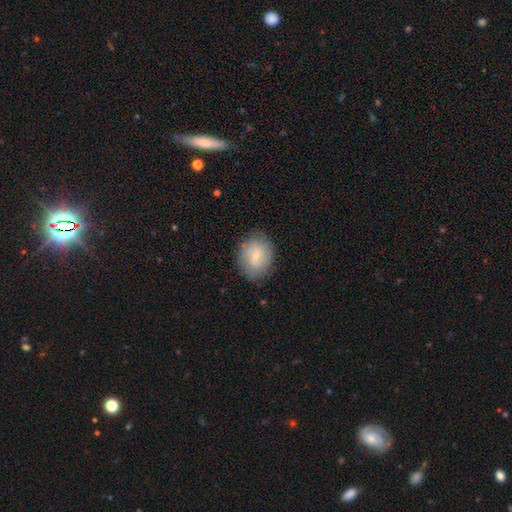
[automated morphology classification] smooth 57%, featured or disk 36%, star or artifact 8%. Down the decision tree: how rounded — in between (50%); merging — none (78%).